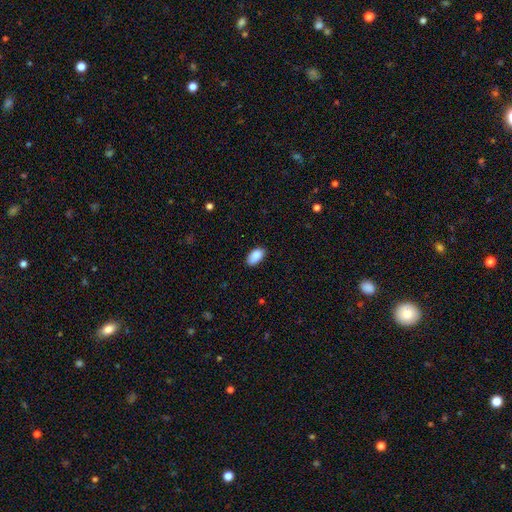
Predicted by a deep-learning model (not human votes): Smooth or featured?
  - smooth: 89% *
  - star or artifact: 7%
  - featured or disk: 4%
How rounded?
  - in between: 95% *
  - round: 3%
  - cigar-shaped: 2%
Merging?
  - none: 84% *
  - minor disturbance: 13%
  - major disturbance: 2%
  - merger: 1%